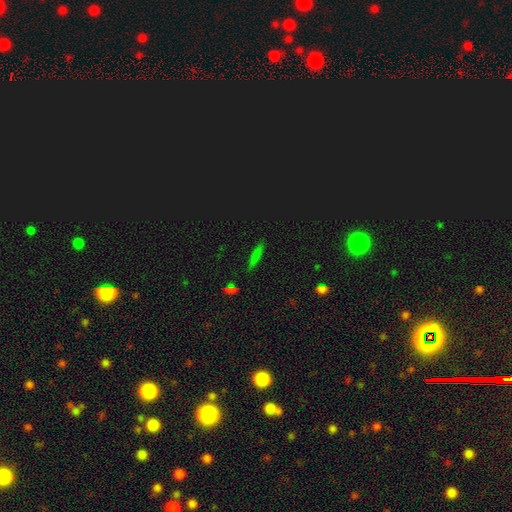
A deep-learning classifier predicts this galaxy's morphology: Q: Smooth or featured?
A: smooth (65%); runner-up: star or artifact (21%)
Q: How rounded?
A: cigar-shaped (83%); runner-up: in between (14%)
Q: Merging?
A: none (85%); runner-up: minor disturbance (10%)